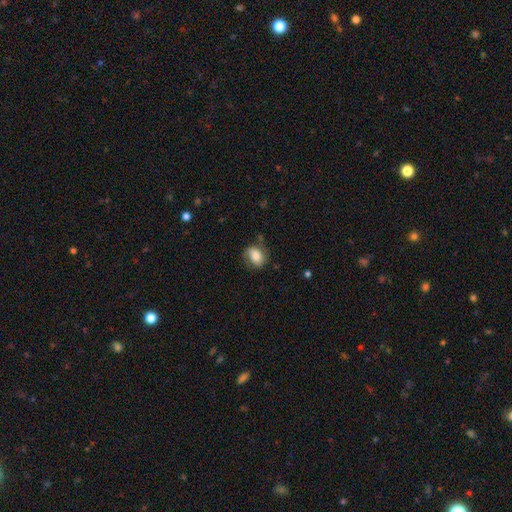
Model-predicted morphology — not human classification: smooth 67%, featured or disk 25%, star or artifact 8%. Down the decision tree: how rounded — in between (60%); merging — none (62%).